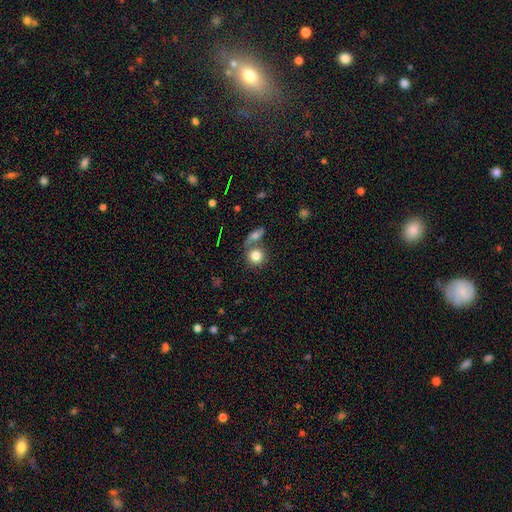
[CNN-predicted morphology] A smooth galaxy with no disk features (80%) that is round (85%). Merging: none (51%).